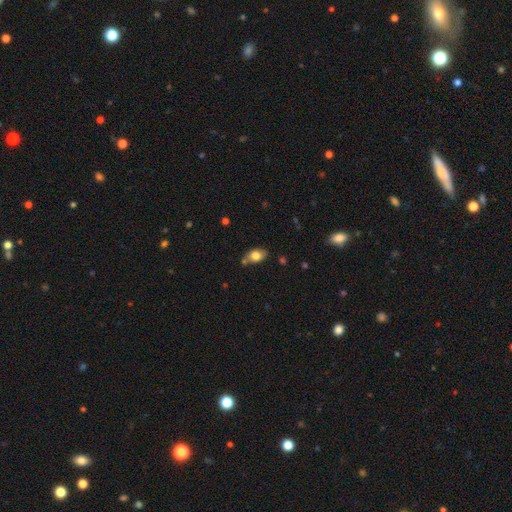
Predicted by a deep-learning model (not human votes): Q: Smooth or featured?
A: smooth (76%); runner-up: featured or disk (16%)
Q: How rounded?
A: in between (86%); runner-up: round (11%)
Q: Merging?
A: none (65%); runner-up: minor disturbance (22%)